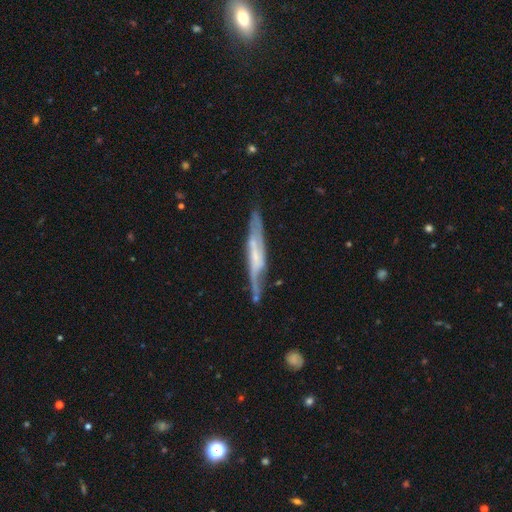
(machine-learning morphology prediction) smooth-or-featured: featured or disk: 72% | smooth: 22% | star or artifact: 6%
  disk-edge-on: yes: 68% | no: 32%
  merging: none: 66% | minor disturbance: 22% | major disturbance: 8% | merger: 4%